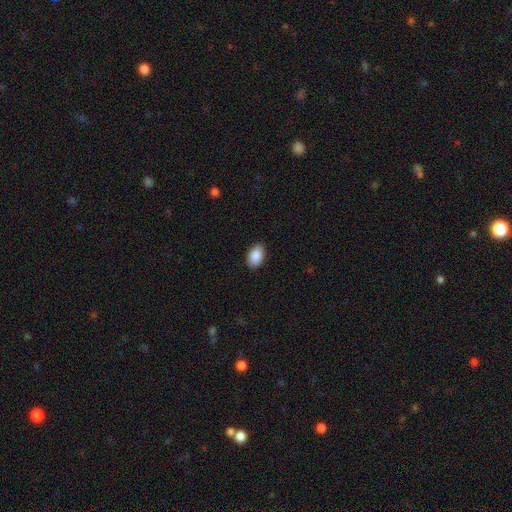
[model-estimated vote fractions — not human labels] This appears to be a smooth galaxy with no disk features (89%) that is in between round and cigar-shaped (91%). Merging: none (89%).